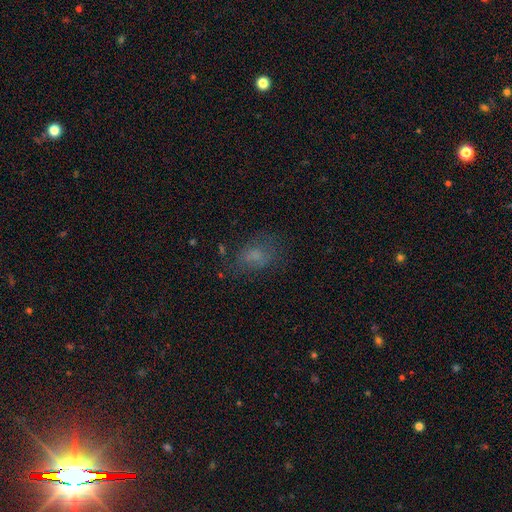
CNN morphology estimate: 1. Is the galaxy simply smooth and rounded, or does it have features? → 62% smooth, 20% featured or disk, 18% star or artifact.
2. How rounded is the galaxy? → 75% in between, 23% round, 2% cigar-shaped.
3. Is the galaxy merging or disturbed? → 58% none, 22% minor disturbance, 17% major disturbance, 3% merger.